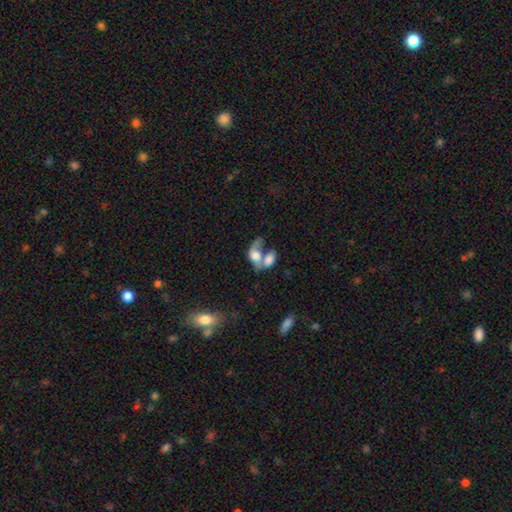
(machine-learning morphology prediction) Smooth or featured?
  - smooth: 61% *
  - featured or disk: 30%
  - star or artifact: 9%
How rounded?
  - in between: 80% *
  - round: 17%
  - cigar-shaped: 2%
Merging?
  - merger: 71% *
  - major disturbance: 11%
  - none: 11%
  - minor disturbance: 7%